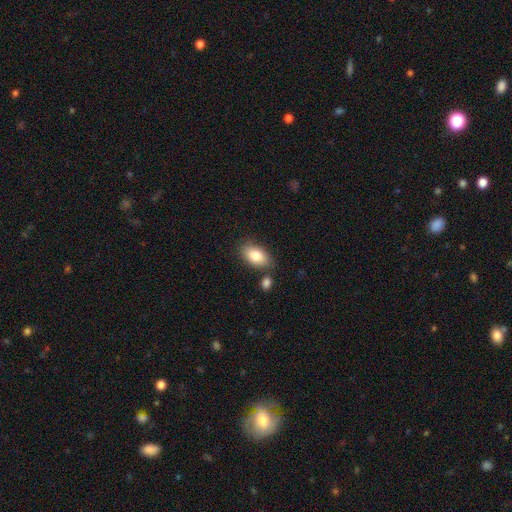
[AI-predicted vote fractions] The model was most divided on "merging": none: 73%, minor disturbance: 14%, merger: 10%, major disturbance: 3%. More confident: how rounded — in between (92%); smooth or featured — smooth (83%).